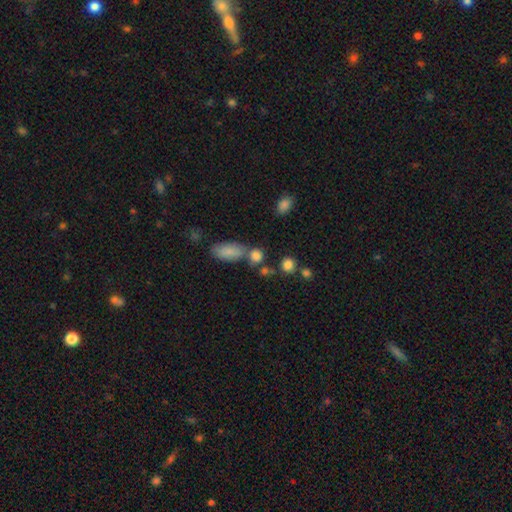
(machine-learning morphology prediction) smooth_or_featured: smooth (p=0.82) [alt: star or artifact p=0.11]
how_rounded: round (p=0.65) [alt: in between p=0.32]
merging: none (p=0.56) [alt: merger p=0.28]